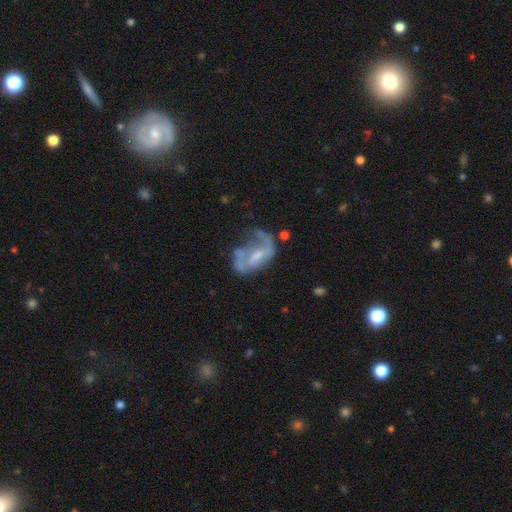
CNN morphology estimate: smooth_or_featured: featured or disk (p=0.69) [alt: smooth p=0.22]
disk_edge_on: no (p=0.97) [alt: yes p=0.03]
bar: no (p=0.43) [tied with: weak p=0.43]
has_spiral_arms: yes (p=0.61) [alt: no p=0.39]
bulge_size: small (p=0.39) [alt: moderate p=0.35]
merging: major disturbance (p=0.36) [alt: none p=0.33]